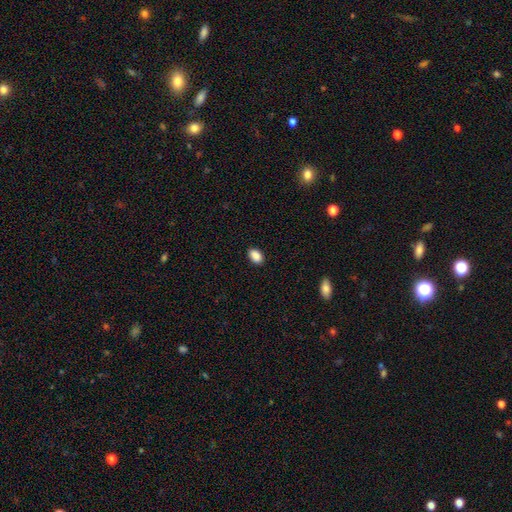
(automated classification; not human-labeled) A smooth galaxy with no disk features (89%) that is in between round and cigar-shaped (86%). Merging: none (89%).